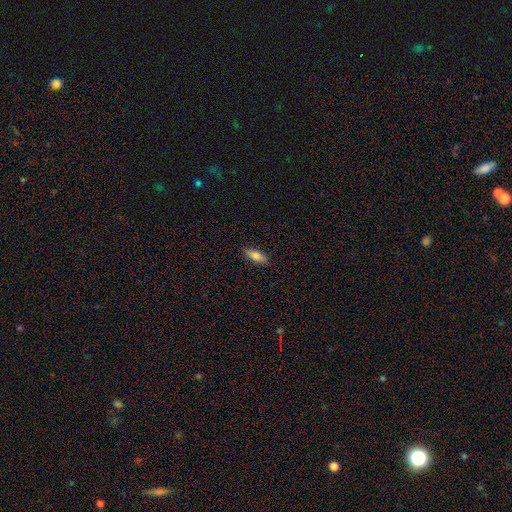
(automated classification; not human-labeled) Morphology: type=smooth (79%); roundness=in between (71%); merging=none (85%).